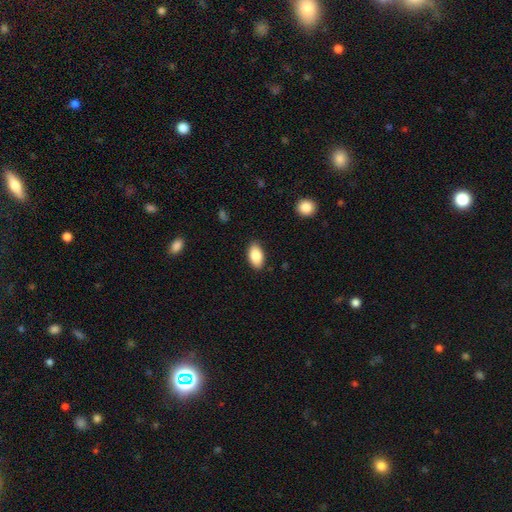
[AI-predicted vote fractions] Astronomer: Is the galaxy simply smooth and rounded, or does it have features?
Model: smooth — 86%.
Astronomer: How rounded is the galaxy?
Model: in between — 93%.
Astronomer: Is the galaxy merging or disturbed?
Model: none — 87%.